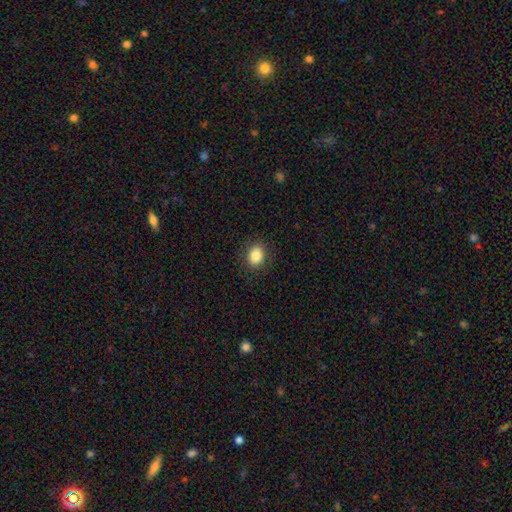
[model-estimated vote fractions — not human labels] Smooth or featured: smooth — 85% (star or artifact — 9%)
How rounded: round — 50% (in between — 49%)
Merging: none — 88% (minor disturbance — 8%)